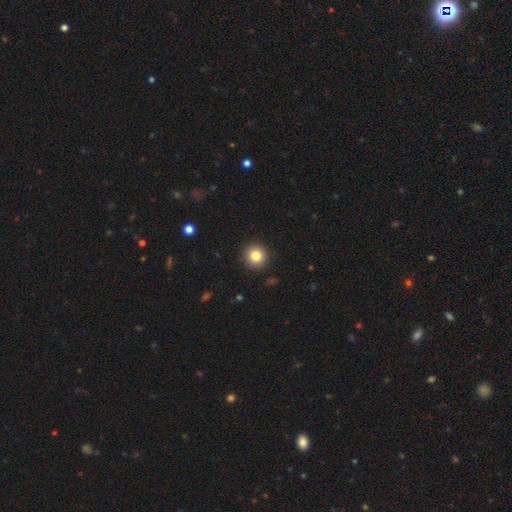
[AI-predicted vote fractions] A smooth galaxy with no disk features (83%) that is round (95%).

Vote fractions:
- Smooth or featured? smooth: 83% / star or artifact: 10% / featured or disk: 6%
- How rounded? round: 95% / in between: 5% / cigar-shaped: 1%
- Merging? none: 92% / minor disturbance: 5% / major disturbance: 2% / merger: 1%